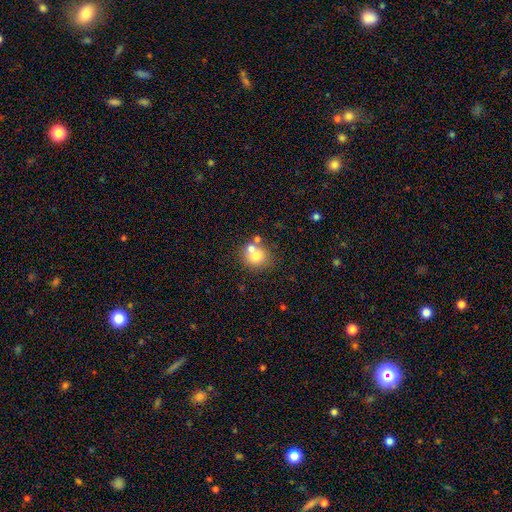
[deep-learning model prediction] Overall: smooth (70%). How rounded: round (82%). Merging: none (53%; merger 34%).